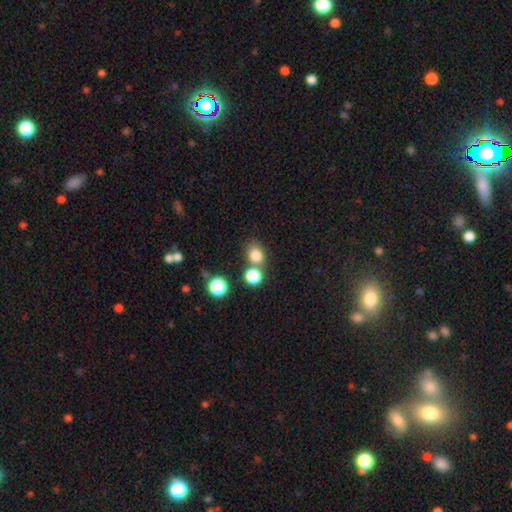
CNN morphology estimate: This appears to be a smooth galaxy with no disk features (80%) that is round (59%). Merging: none (61%).